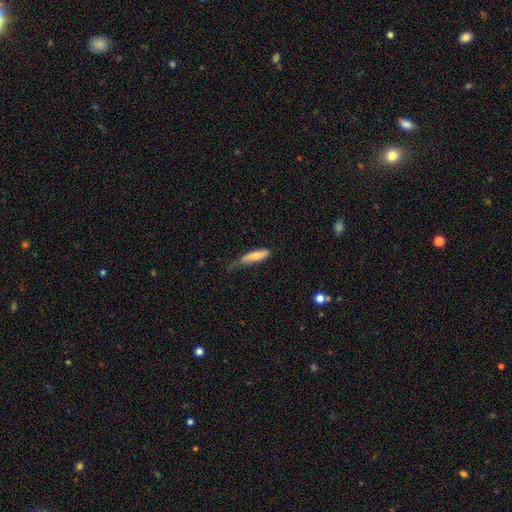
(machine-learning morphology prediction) The model was most divided on "merging": none: 44%, minor disturbance: 42%, major disturbance: 12%, merger: 2%. More confident: smooth or featured — smooth (70%); how rounded — cigar-shaped (67%).